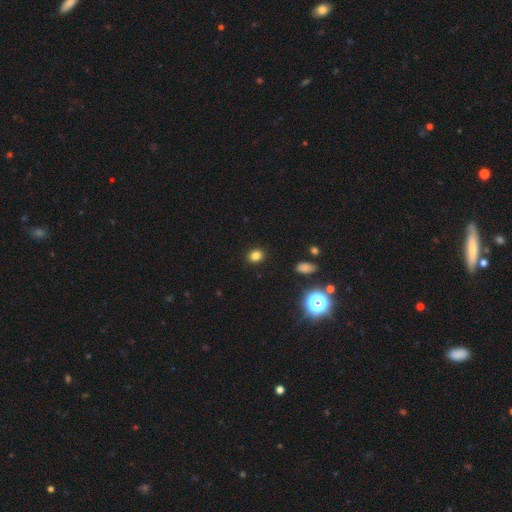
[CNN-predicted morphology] A smooth galaxy with no disk features (81%) that is round (59%). Merging: none (90%).